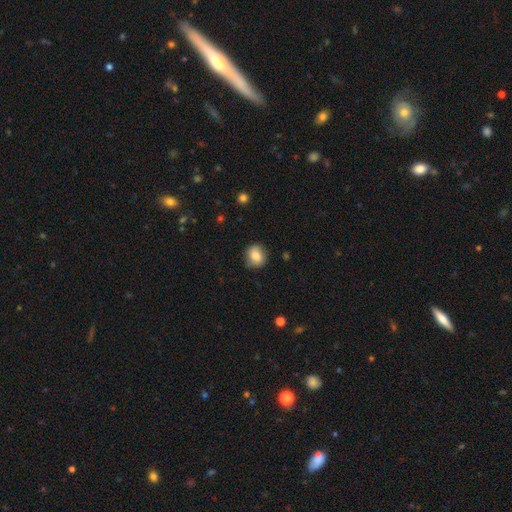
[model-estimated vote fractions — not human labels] smooth-or-featured: smooth: 80% | featured or disk: 11% | star or artifact: 9%
  how-rounded: round: 68% | in between: 31% | cigar-shaped: 1%
  merging: none: 76% | minor disturbance: 18% | major disturbance: 4% | merger: 1%